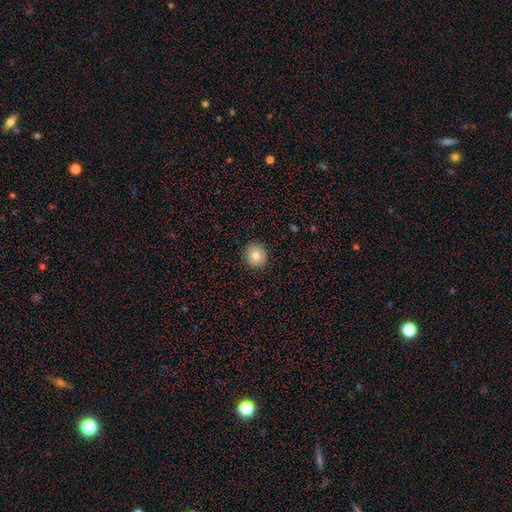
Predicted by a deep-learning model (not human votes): Smooth or featured? smooth (78%)
How rounded? round (87%)
Merging? none (90%)